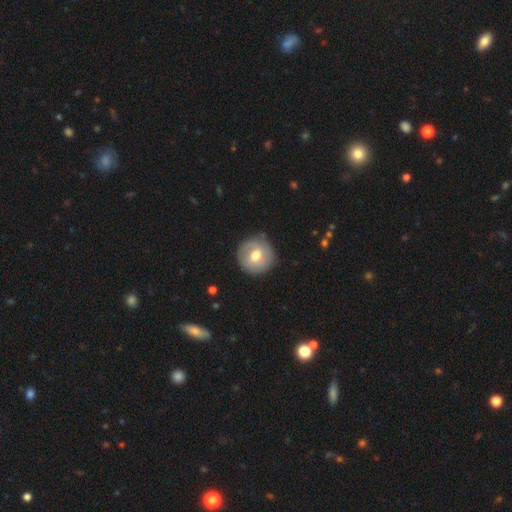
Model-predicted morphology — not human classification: type=smooth (62%); roundness=round (94%); merging=none (82%).